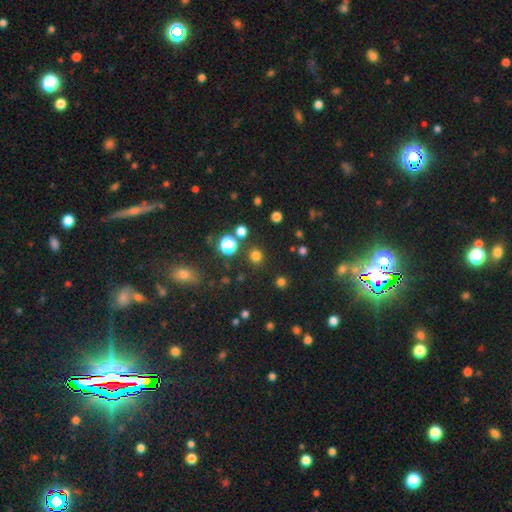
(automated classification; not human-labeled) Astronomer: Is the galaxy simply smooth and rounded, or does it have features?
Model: smooth — 74%.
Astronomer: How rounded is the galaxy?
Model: round — 91%.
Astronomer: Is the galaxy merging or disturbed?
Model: none — 87%.